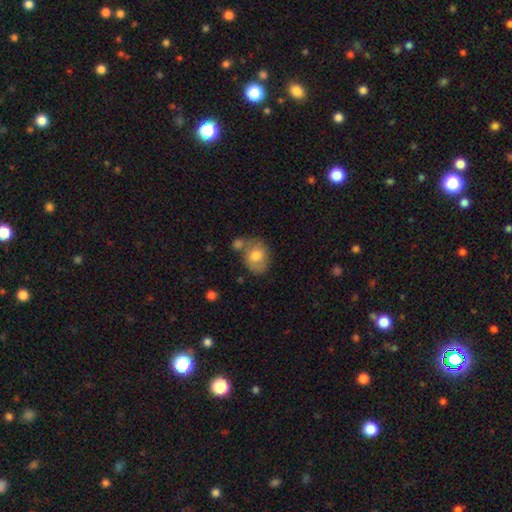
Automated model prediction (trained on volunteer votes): Q: Smooth or featured?
A: smooth (73%); runner-up: featured or disk (20%)
Q: How rounded?
A: in between (54%); runner-up: round (45%)
Q: Merging?
A: none (53%); runner-up: merger (22%)